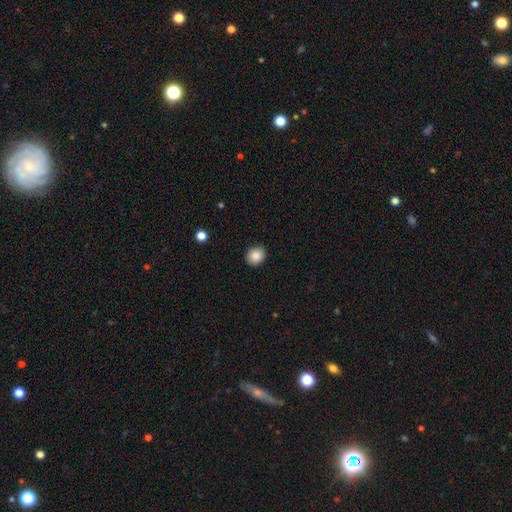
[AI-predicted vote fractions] Smooth or featured? smooth (87%)
How rounded? round (70%)
Merging? none (90%)